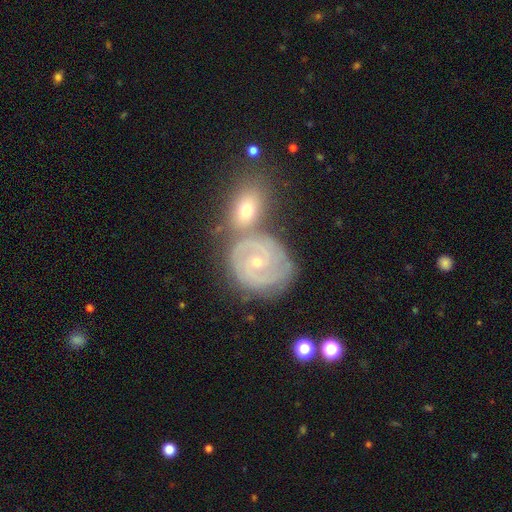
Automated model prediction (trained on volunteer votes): smooth_or_featured: featured or disk (p=0.74) [alt: smooth p=0.16]
disk_edge_on: no (p=0.94) [alt: yes p=0.06]
bar: no (p=0.61) [alt: weak p=0.28]
has_spiral_arms: yes (p=0.86) [alt: no p=0.14]
spiral_winding: tight (p=0.82) [alt: medium p=0.14]
spiral_arm_count: can't tell (p=0.42) [alt: 2 p=0.27]
bulge_size: small (p=0.65) [alt: moderate p=0.31]
merging: none (p=0.59) [alt: merger p=0.25]